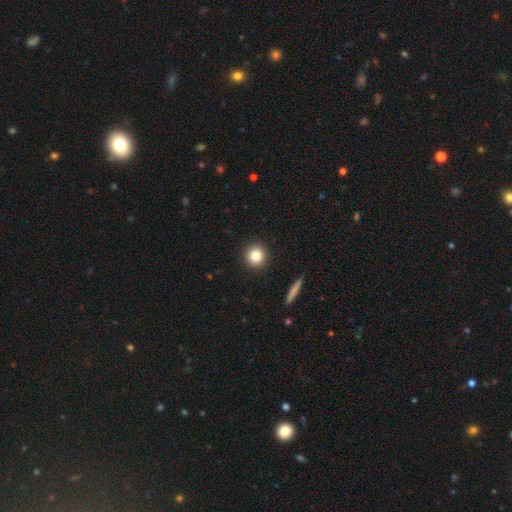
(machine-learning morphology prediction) This appears to be a smooth galaxy with no disk features (82%) that is round (93%). Merging: none (92%).